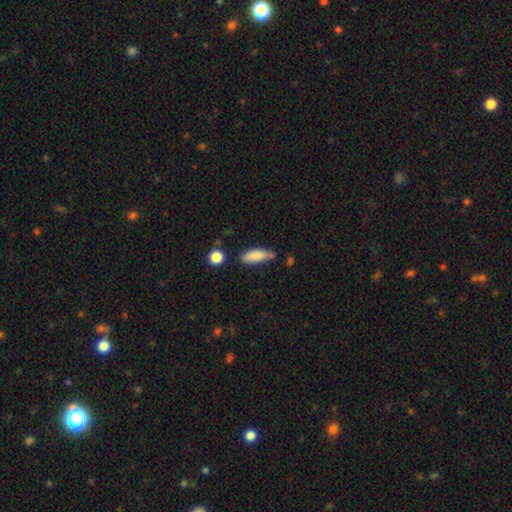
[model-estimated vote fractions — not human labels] Smooth or featured? Predicted: smooth (p=0.85). How rounded? Predicted: in between (p=0.63). Merging? Predicted: none (p=0.62).